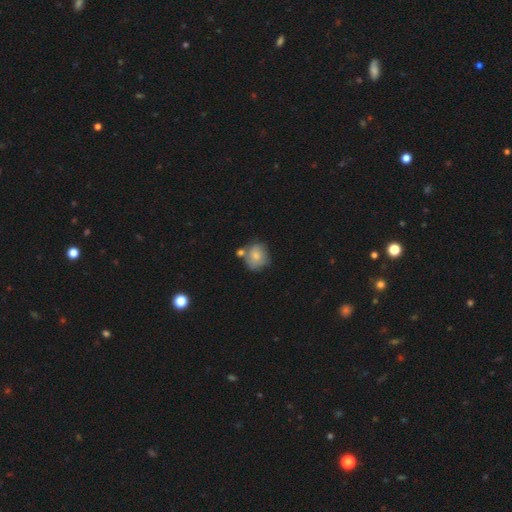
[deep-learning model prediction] This is likely a smooth galaxy (73%). How rounded: likely round (74%). Merging: possibly none (48%).